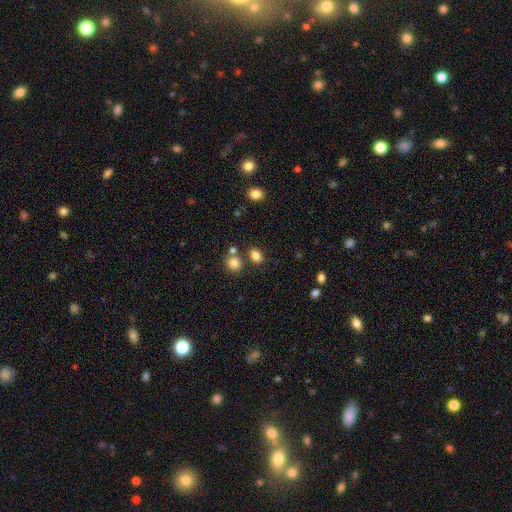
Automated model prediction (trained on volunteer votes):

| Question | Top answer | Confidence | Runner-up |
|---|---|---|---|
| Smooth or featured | smooth | 83% | star or artifact (12%) |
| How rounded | in between | 69% | round (30%) |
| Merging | none | 73% | merger (13%) |